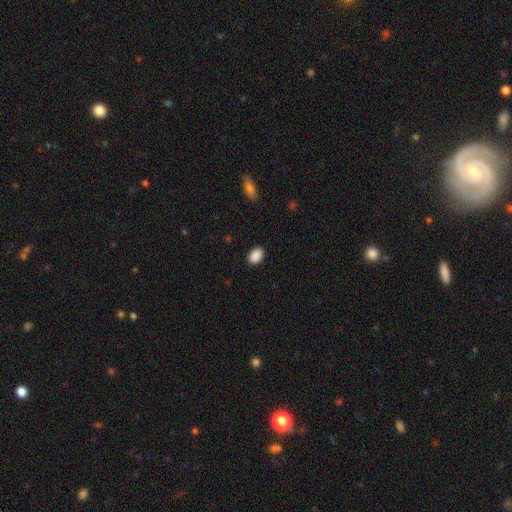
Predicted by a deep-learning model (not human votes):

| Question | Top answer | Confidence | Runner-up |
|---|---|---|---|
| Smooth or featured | smooth | 90% | star or artifact (7%) |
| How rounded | in between | 80% | round (19%) |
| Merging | none | 89% | minor disturbance (8%) |